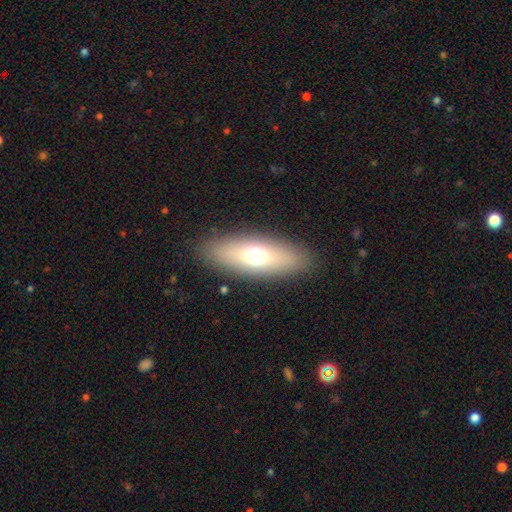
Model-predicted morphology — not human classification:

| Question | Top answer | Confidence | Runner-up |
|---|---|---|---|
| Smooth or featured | smooth | 64% | featured or disk (27%) |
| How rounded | in between | 66% | cigar-shaped (30%) |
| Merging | none | 87% | minor disturbance (8%) |